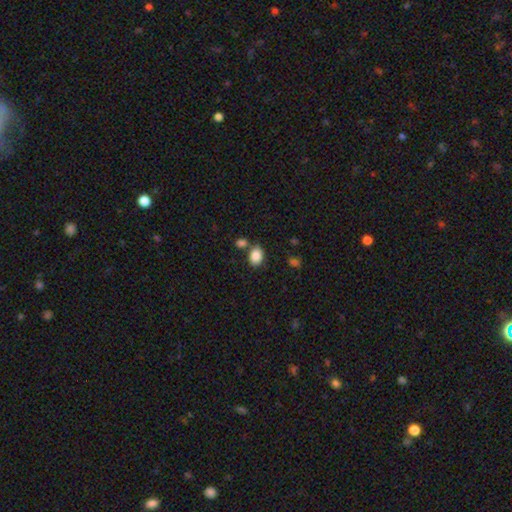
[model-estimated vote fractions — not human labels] smooth_or_featured: smooth (p=0.87) [alt: star or artifact p=0.08]
how_rounded: in between (p=0.74) [alt: round p=0.25]
merging: none (p=0.67) [alt: merger p=0.17]